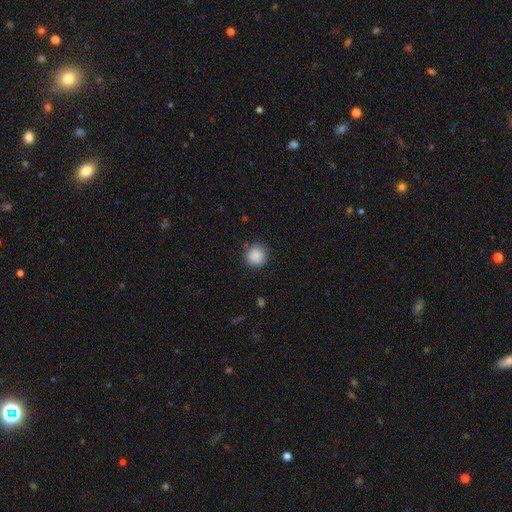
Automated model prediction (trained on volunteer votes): smooth 88%, star or artifact 9%, featured or disk 3%. Down the decision tree: how rounded — round (93%); merging — none (88%).